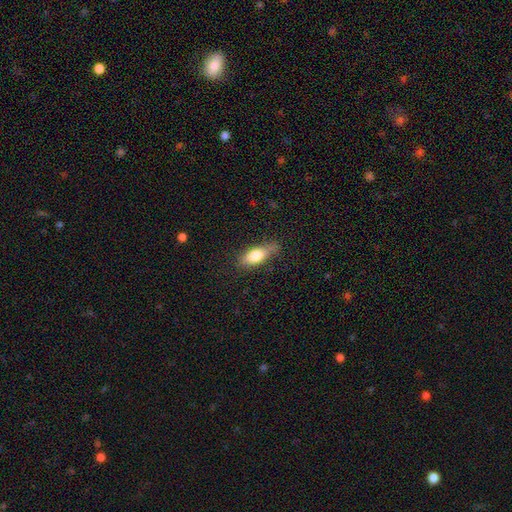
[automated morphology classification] type=smooth (75%); roundness=in between (72%); merging=none (66%).